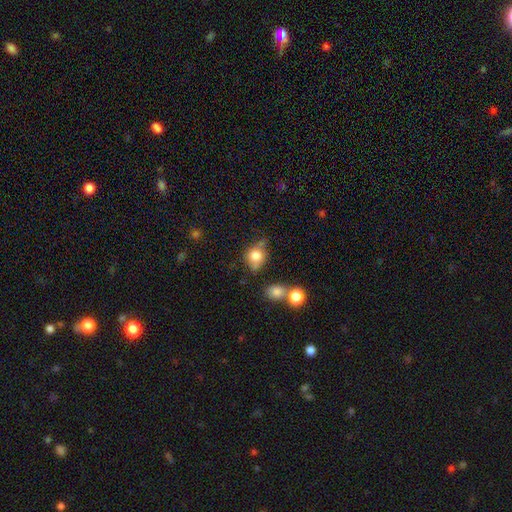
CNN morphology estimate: smooth-or-featured: smooth: 78% | featured or disk: 11% | star or artifact: 11%
  how-rounded: round: 70% | in between: 28% | cigar-shaped: 1%
  merging: none: 51% | minor disturbance: 24% | merger: 16% | major disturbance: 9%